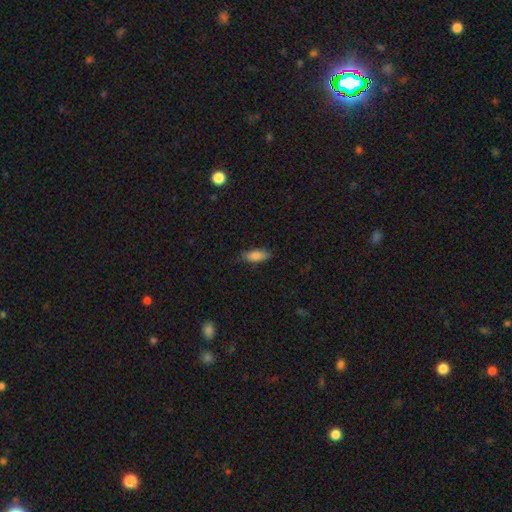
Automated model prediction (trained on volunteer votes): Morphology: type=smooth (83%); roundness=in between (76%); merging=none (80%).